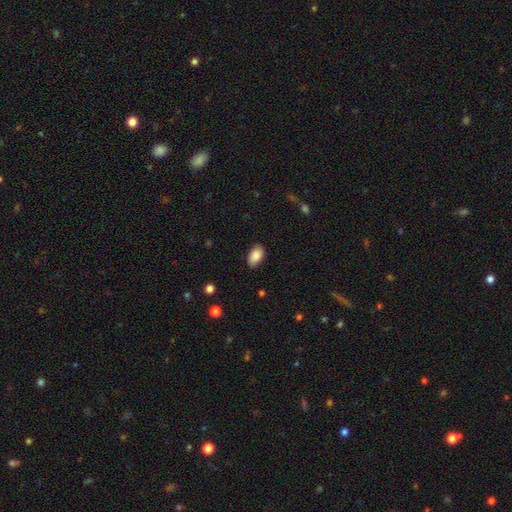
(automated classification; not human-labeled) Q: Smooth or featured?
A: smooth (88%); runner-up: star or artifact (7%)
Q: How rounded?
A: in between (92%); runner-up: round (6%)
Q: Merging?
A: none (82%); runner-up: minor disturbance (14%)